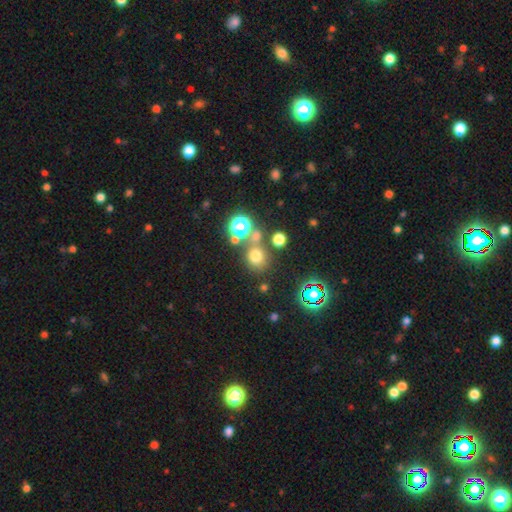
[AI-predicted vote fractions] Morphology: type=smooth (66%); roundness=round (84%); merging=none (66%).